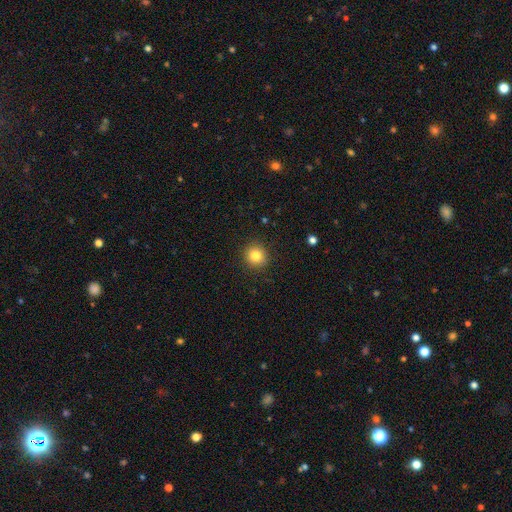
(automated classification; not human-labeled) smooth-or-featured: smooth: 82% | star or artifact: 11% | featured or disk: 6%
  how-rounded: round: 91% | in between: 8% | cigar-shaped: 1%
  merging: none: 91% | minor disturbance: 6% | major disturbance: 2% | merger: 1%